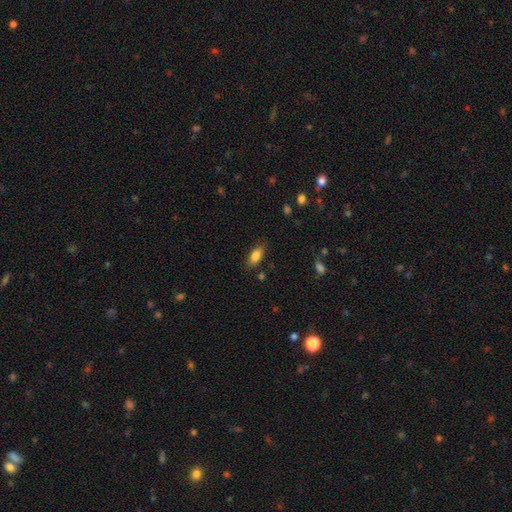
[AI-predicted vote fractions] smooth-or-featured: smooth: 83% | featured or disk: 10% | star or artifact: 8%
  how-rounded: in between: 85% | cigar-shaped: 12% | round: 4%
  merging: none: 82% | minor disturbance: 13% | major disturbance: 3% | merger: 2%